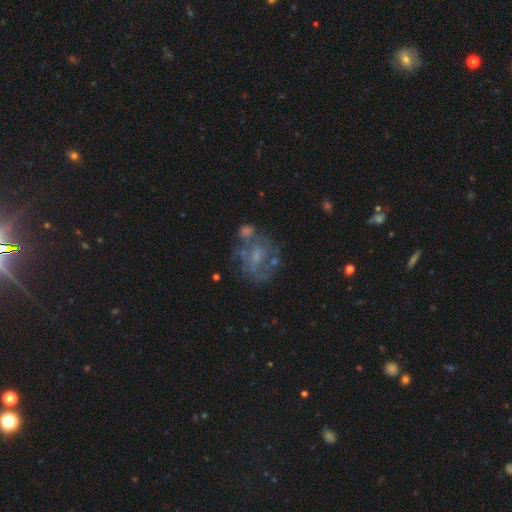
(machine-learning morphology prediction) smooth_or_featured: featured or disk (p=0.65) [alt: smooth p=0.22]
disk_edge_on: no (p=0.97) [alt: yes p=0.03]
bar: no (p=0.46) [alt: weak p=0.43]
has_spiral_arms: yes (p=0.61) [alt: no p=0.39]
bulge_size: small (p=0.49) [alt: none p=0.25]
merging: none (p=0.50) [alt: merger p=0.18]